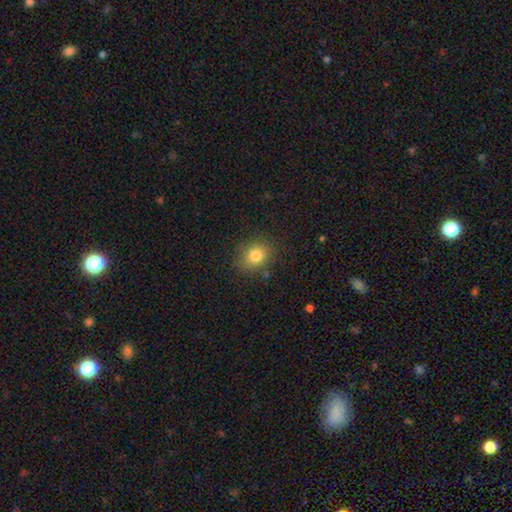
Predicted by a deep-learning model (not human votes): smooth-or-featured: smooth: 81% | star or artifact: 11% | featured or disk: 8%
  how-rounded: round: 57% | in between: 42% | cigar-shaped: 1%
  merging: none: 83% | minor disturbance: 11% | major disturbance: 3% | merger: 2%